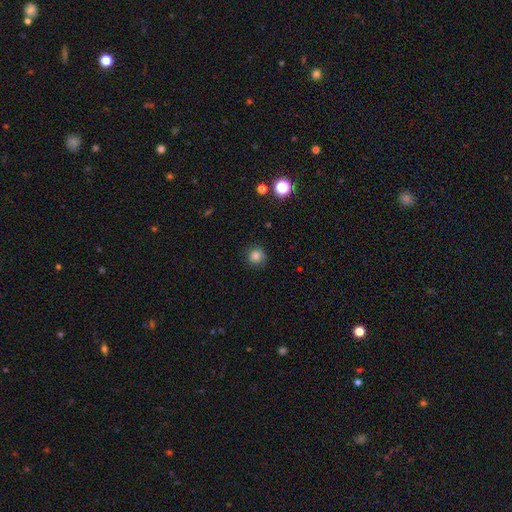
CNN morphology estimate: Overall: smooth (83%). How rounded: round (91%). Merging: none (84%).